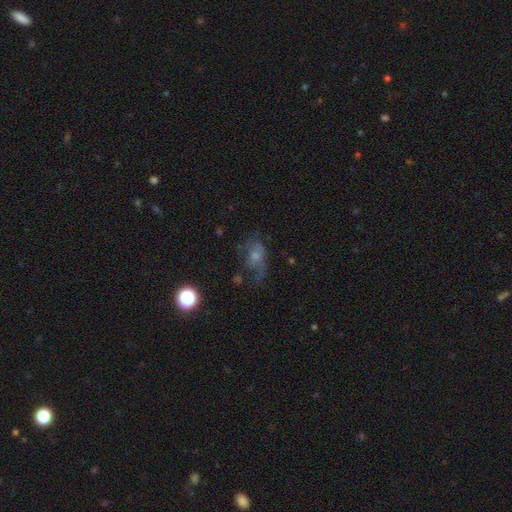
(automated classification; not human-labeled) Morphology: type=featured or disk (49%); merging=none (44%).